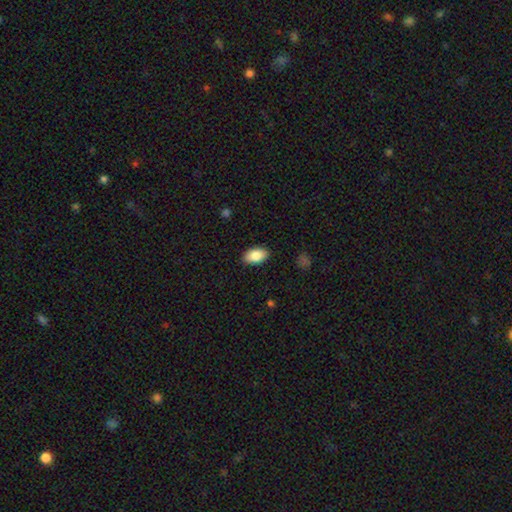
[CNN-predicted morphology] smooth 86%, featured or disk 7%, star or artifact 7%. Down the decision tree: how rounded — in between (94%); merging — none (88%).